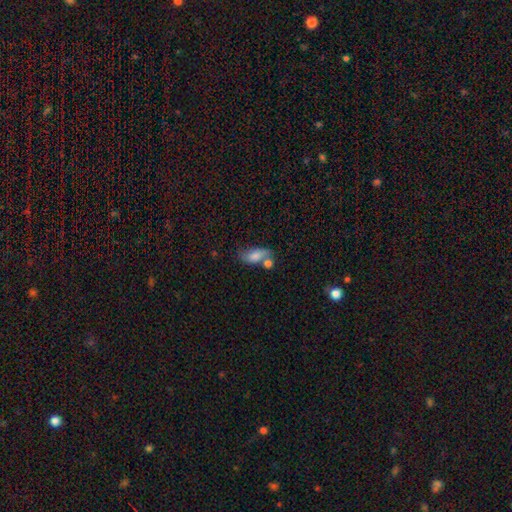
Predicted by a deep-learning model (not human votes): The model was most divided on "merging": none: 42%, merger: 31%, minor disturbance: 19%, major disturbance: 8%. More confident: how rounded — in between (85%); smooth or featured — smooth (74%).